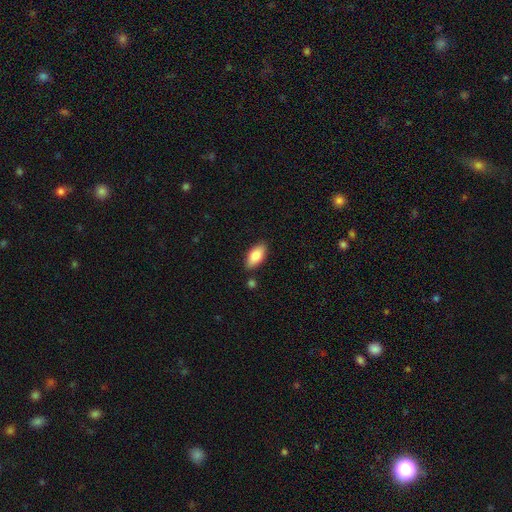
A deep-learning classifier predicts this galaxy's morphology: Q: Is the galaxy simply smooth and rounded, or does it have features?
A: smooth — 84%.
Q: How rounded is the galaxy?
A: in between — 91%.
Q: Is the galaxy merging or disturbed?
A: none — 82%.